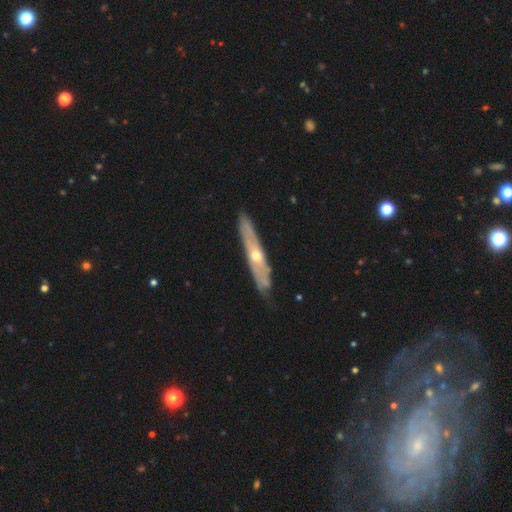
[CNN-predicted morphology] A featured or disk galaxy (69%) viewed edge-on (63%).

Vote fractions:
- Smooth or featured? featured or disk: 69% / smooth: 26% / star or artifact: 5%
- Edge-on disk? yes: 63% / no: 37%
- Merging? none: 77% / minor disturbance: 18% / major disturbance: 3% / merger: 2%